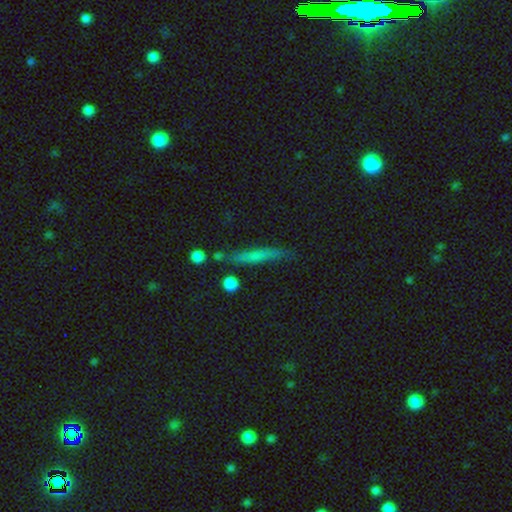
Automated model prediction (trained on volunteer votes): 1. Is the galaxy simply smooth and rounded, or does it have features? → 58% smooth, 32% featured or disk, 9% star or artifact.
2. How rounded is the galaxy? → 90% cigar-shaped, 6% in between, 4% round.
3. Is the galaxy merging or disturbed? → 78% none, 14% minor disturbance, 5% merger, 4% major disturbance.